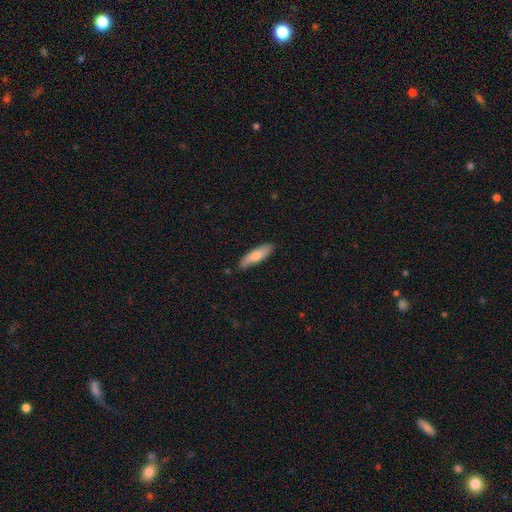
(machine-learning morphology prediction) Smooth or featured? smooth (72%)
How rounded? cigar-shaped (61%)
Merging? none (83%)